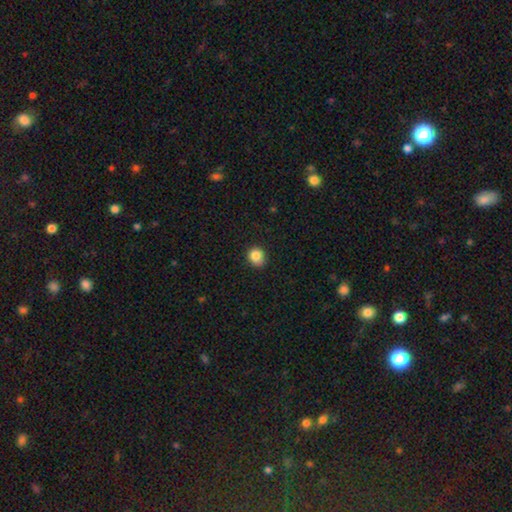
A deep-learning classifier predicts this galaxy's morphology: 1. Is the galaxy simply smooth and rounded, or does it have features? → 84% smooth, 11% star or artifact, 5% featured or disk.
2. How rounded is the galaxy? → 77% round, 22% in between, 1% cigar-shaped.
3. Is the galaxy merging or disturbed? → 82% none, 14% minor disturbance, 2% major disturbance, 1% merger.